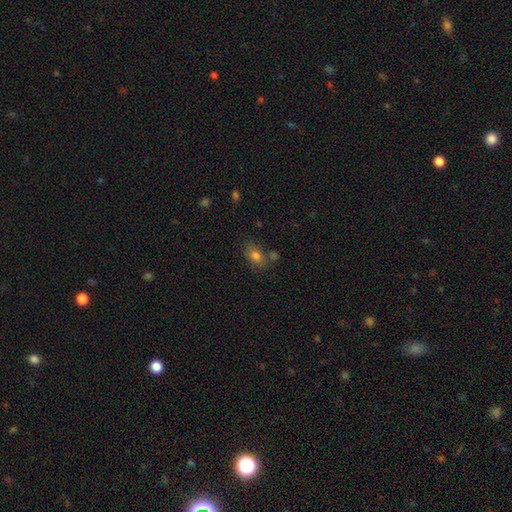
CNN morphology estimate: A smooth galaxy with no disk features (77%) that is in between round and cigar-shaped (77%).

Vote fractions:
- Smooth or featured? smooth: 77% / star or artifact: 12% / featured or disk: 11%
- How rounded? in between: 77% / round: 21% / cigar-shaped: 2%
- Merging? none: 66% / minor disturbance: 15% / merger: 14% / major disturbance: 5%